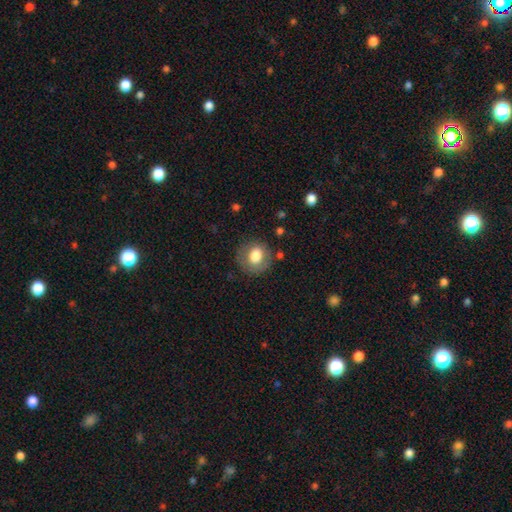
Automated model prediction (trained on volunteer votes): Morphology: type=smooth (75%); roundness=round (82%); merging=none (78%).